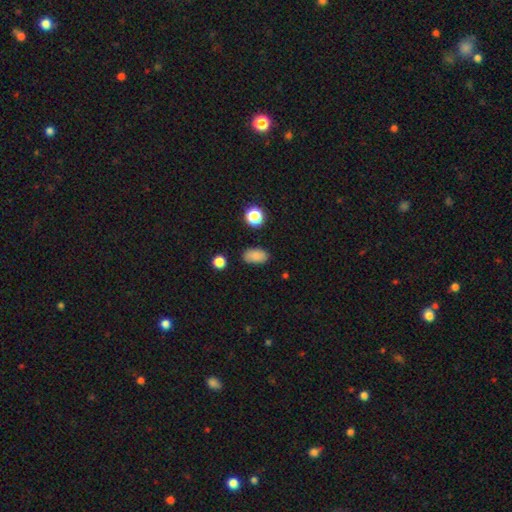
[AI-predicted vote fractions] This is clearly a smooth galaxy (84%). How rounded: clearly in between (90%). Merging: clearly none (83%).